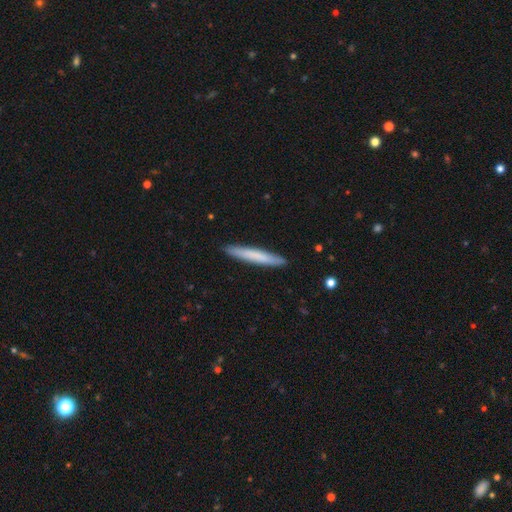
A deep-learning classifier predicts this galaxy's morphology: The model was most divided on "smooth or featured": smooth: 71%, featured or disk: 24%, star or artifact: 5%. More confident: how rounded — cigar-shaped (96%); merging — none (90%).